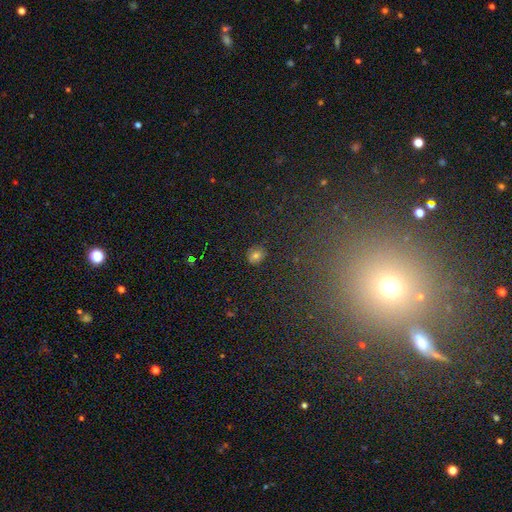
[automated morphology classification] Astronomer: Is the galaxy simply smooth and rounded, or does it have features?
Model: smooth — 72%.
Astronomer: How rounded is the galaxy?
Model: round — 64%.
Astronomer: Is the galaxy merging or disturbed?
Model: none — 85%.